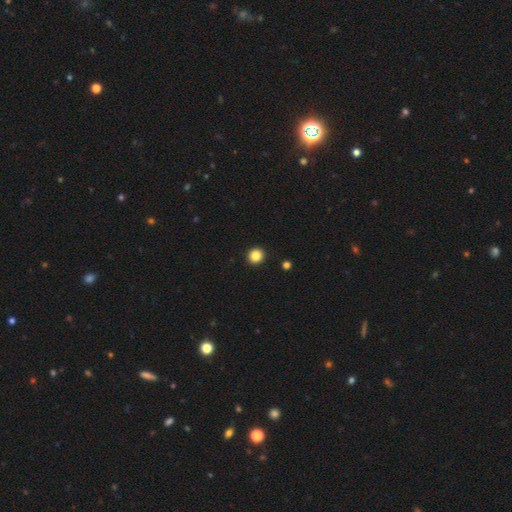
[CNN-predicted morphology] This appears to be a smooth galaxy with no disk features (86%) that is round (93%). Merging: none (94%).